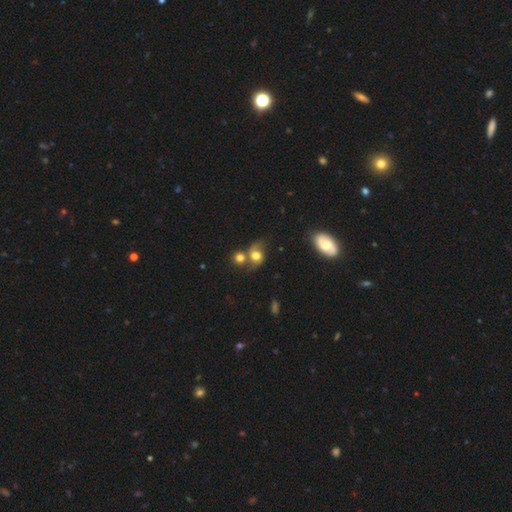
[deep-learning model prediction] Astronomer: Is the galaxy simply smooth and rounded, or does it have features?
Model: smooth — 47% (runner-up: featured or disk, 41%).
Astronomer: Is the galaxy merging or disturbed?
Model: none — 40% (runner-up: merger, 34%).